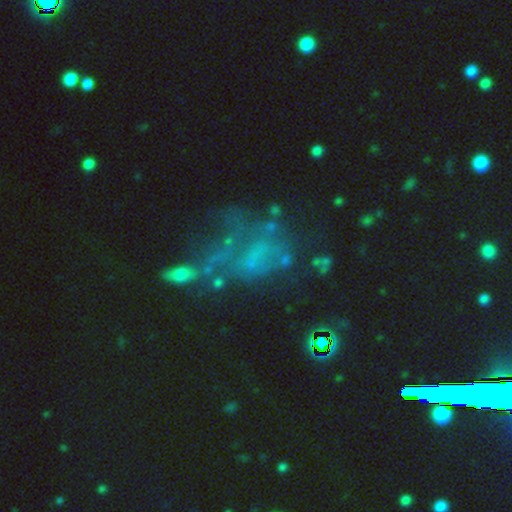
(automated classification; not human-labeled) A featured or disk galaxy (45%).

Vote fractions:
- Smooth or featured? featured or disk: 45% / star or artifact: 31% / smooth: 24%
- Merging? major disturbance: 40% / none: 25% / merger: 20% / minor disturbance: 15%